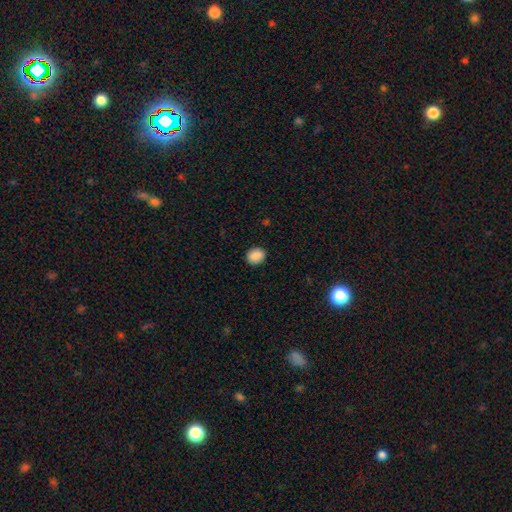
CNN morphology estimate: A smooth galaxy with no disk features (89%) that is round (59%). Merging: none (90%).